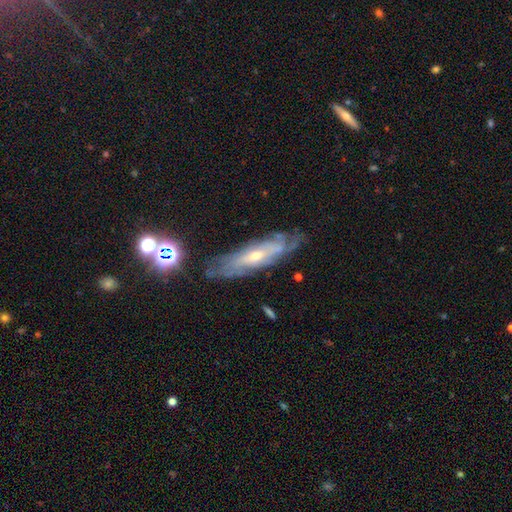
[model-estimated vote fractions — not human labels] This is likely a featured or disk galaxy (76%). It is likely not viewed edge-on (71%). Bar: likely no (61%). Spiral arm pattern: clearly yes (84%). Central bulge: possibly small (57%). Merging: likely none (73%).